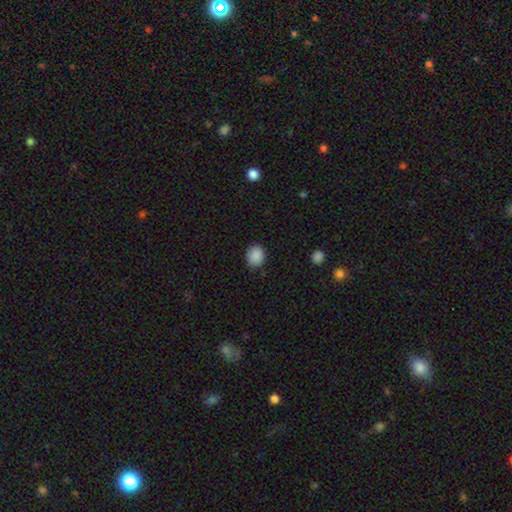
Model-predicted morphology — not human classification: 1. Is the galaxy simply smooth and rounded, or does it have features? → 89% smooth, 8% star or artifact, 3% featured or disk.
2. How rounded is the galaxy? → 67% round, 32% in between, 1% cigar-shaped.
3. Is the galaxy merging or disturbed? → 88% none, 8% minor disturbance, 2% major disturbance, 1% merger.